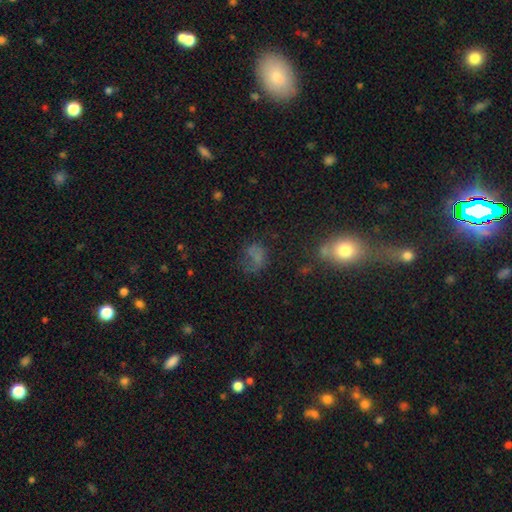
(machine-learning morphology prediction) Smooth or featured: smooth — 52% (featured or disk — 24%)
How rounded: in between — 53% (round — 45%)
Merging: none — 37% (major disturbance — 33%)